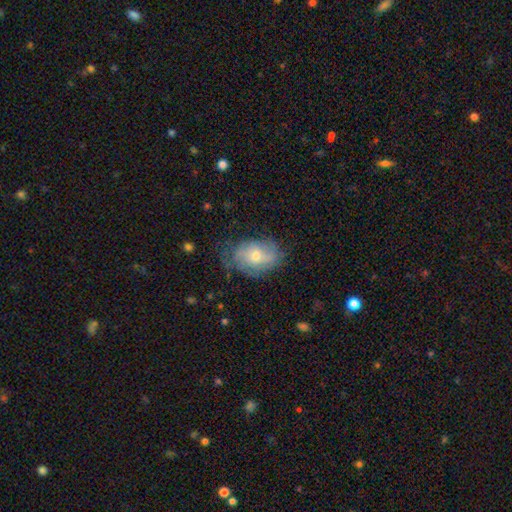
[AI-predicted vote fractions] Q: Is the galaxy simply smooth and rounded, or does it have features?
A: smooth — 47%.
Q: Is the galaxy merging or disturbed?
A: none — 59%.